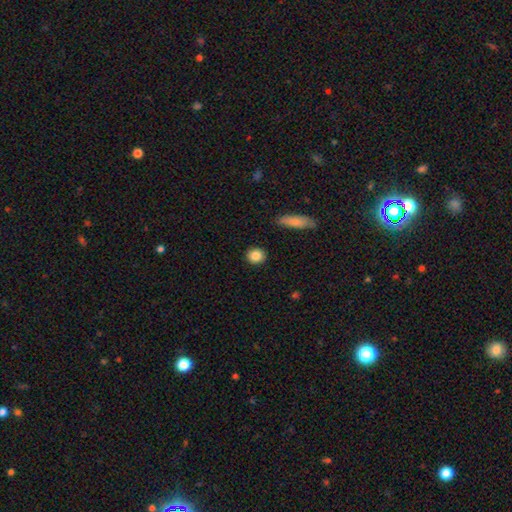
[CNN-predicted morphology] Overall: smooth (86%). How rounded: round (82%). Merging: none (90%).